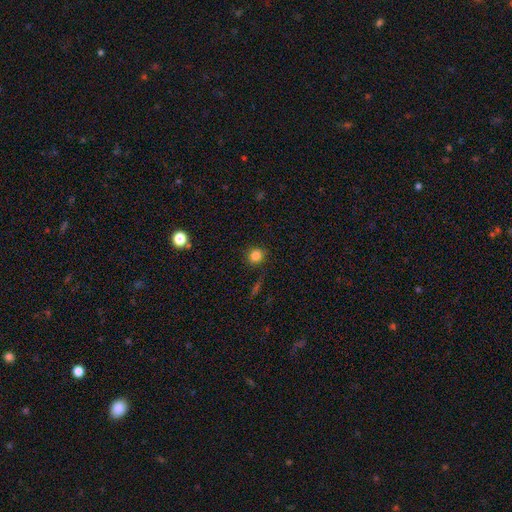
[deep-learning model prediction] The model was most divided on "smooth or featured": smooth: 83%, star or artifact: 13%, featured or disk: 5%. More confident: how rounded — round (89%); merging — none (88%).